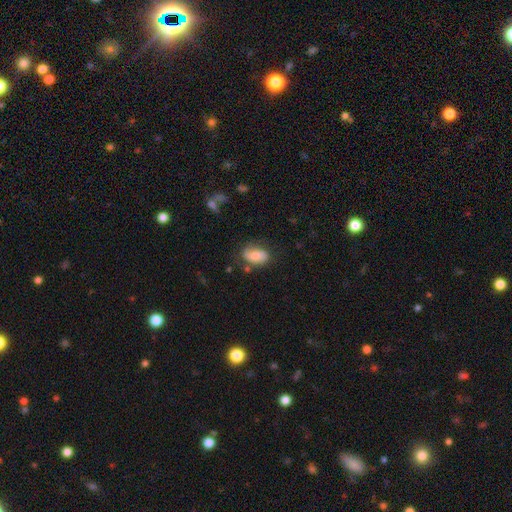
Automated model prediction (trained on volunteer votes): Q: Smooth or featured?
A: smooth (73%); runner-up: featured or disk (20%)
Q: How rounded?
A: in between (90%); runner-up: round (8%)
Q: Merging?
A: none (63%); runner-up: minor disturbance (24%)